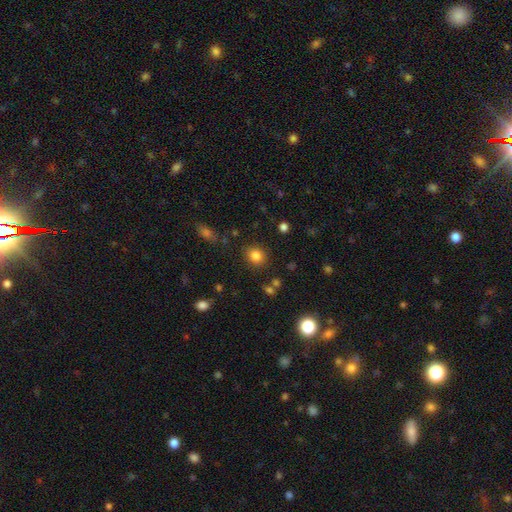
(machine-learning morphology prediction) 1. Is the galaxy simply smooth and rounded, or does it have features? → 83% smooth, 12% star or artifact, 6% featured or disk.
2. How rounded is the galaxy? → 80% round, 19% in between, 1% cigar-shaped.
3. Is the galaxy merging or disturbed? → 85% none, 9% minor disturbance, 3% major disturbance, 3% merger.